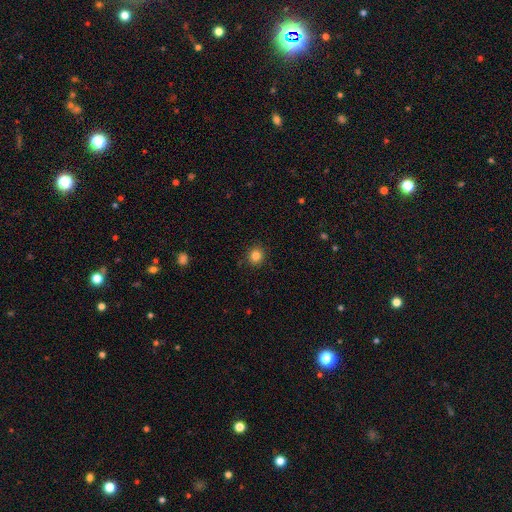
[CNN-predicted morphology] Smooth or featured?
  - smooth: 83% *
  - star or artifact: 12%
  - featured or disk: 5%
How rounded?
  - round: 88% *
  - in between: 11%
  - cigar-shaped: 1%
Merging?
  - none: 90% *
  - minor disturbance: 7%
  - major disturbance: 2%
  - merger: 1%